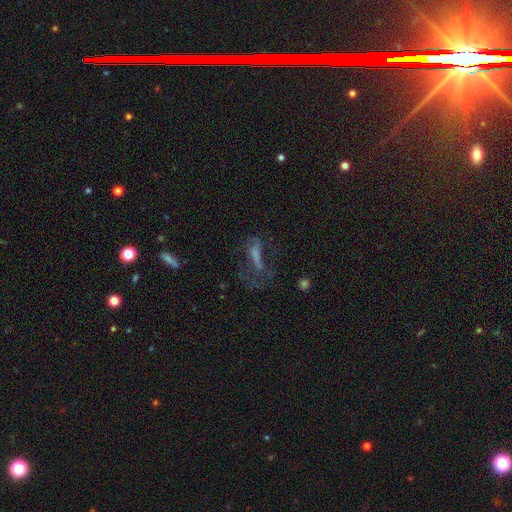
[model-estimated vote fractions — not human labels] A featured or disk galaxy (43%). Merging: major disturbance (40%).